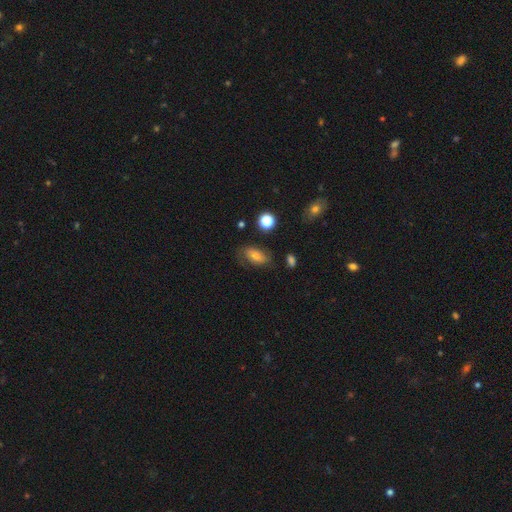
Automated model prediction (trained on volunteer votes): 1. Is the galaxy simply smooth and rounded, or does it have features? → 59% smooth, 30% featured or disk, 11% star or artifact.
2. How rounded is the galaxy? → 85% in between, 10% round, 5% cigar-shaped.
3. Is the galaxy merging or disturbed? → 66% none, 22% minor disturbance, 10% major disturbance, 2% merger.